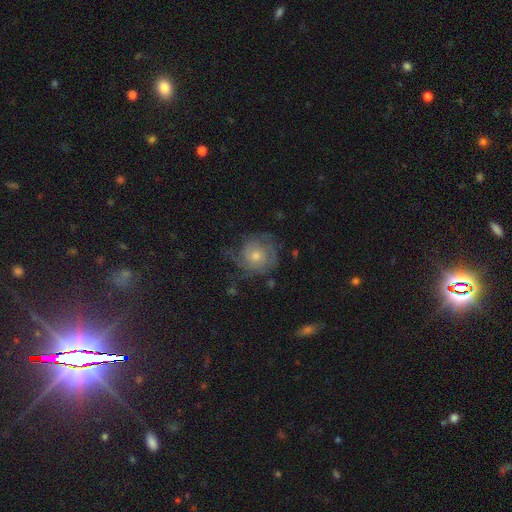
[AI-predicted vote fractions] A featured or disk galaxy (66%) with no bar (82%), tight (56%) spiral arms (87%) and a moderate central bulge (54%). Merging: none (64%).